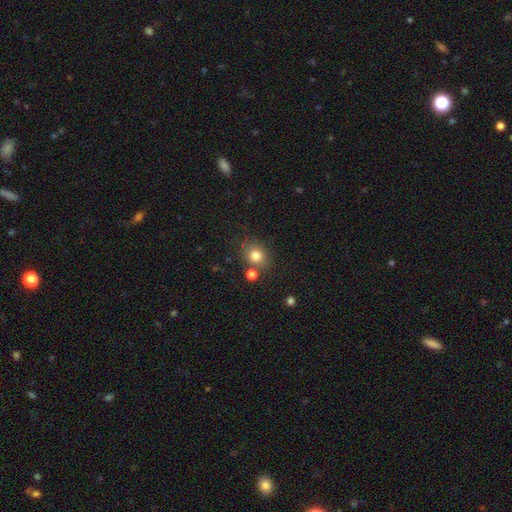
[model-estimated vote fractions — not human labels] The model was most divided on "how rounded": round: 70%, in between: 29%, cigar-shaped: 1%. More confident: smooth or featured — smooth (80%); merging — none (72%).